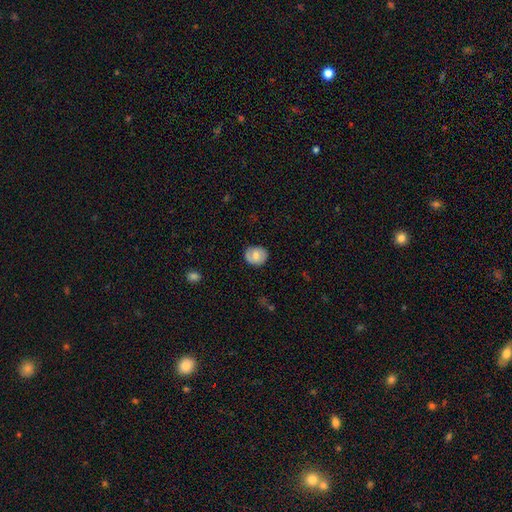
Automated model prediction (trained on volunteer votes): smooth-or-featured: smooth: 64% | featured or disk: 28% | star or artifact: 7%
  how-rounded: round: 69% | in between: 30% | cigar-shaped: 1%
  merging: none: 78% | minor disturbance: 18% | major disturbance: 4% | merger: 1%